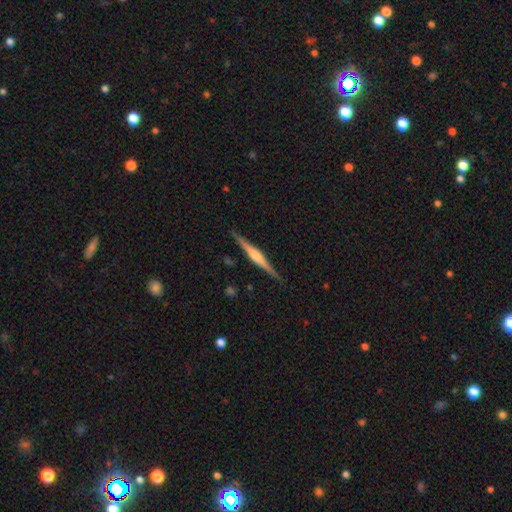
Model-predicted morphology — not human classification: Smooth or featured? featured or disk (74%)
Edge-on disk? yes (98%)
Edge-on bulge? rounded (70%)
Merging? none (89%)